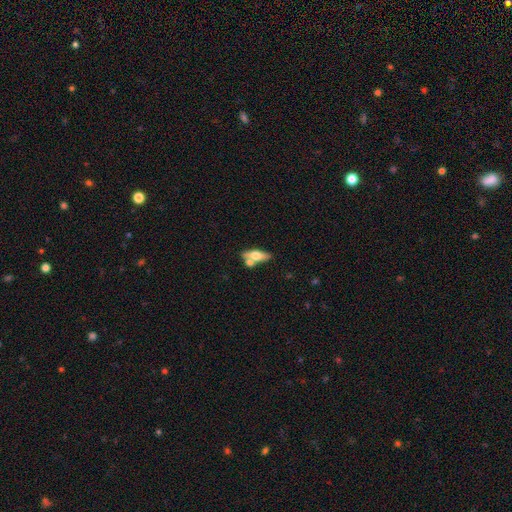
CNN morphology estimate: Smooth or featured?
  - smooth: 51% *
  - featured or disk: 43%
  - star or artifact: 6%
How rounded?
  - in between: 61% *
  - cigar-shaped: 35%
  - round: 4%
Merging?
  - none: 55% *
  - merger: 29%
  - minor disturbance: 12%
  - major disturbance: 5%